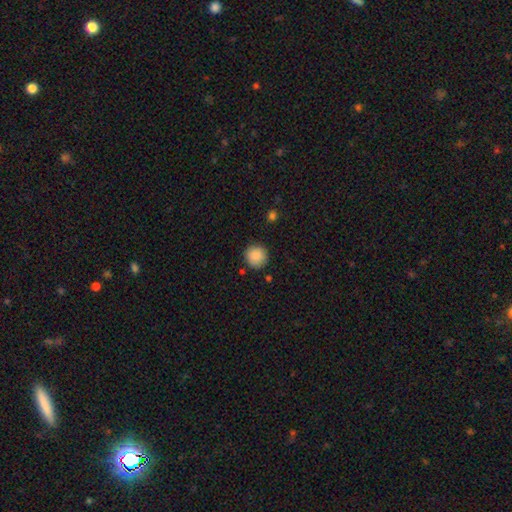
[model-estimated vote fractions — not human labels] A smooth galaxy with no disk features (88%) that is round (94%). Merging: none (88%).